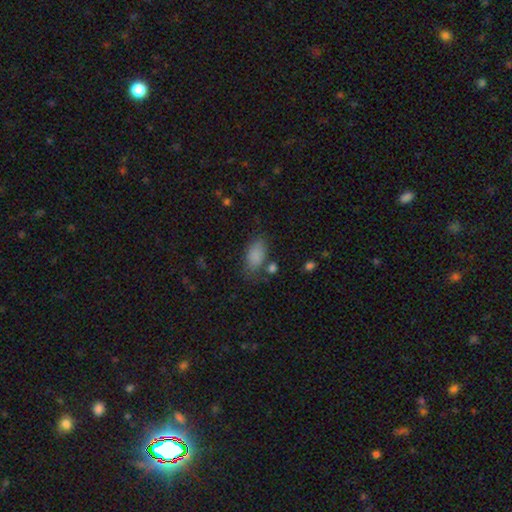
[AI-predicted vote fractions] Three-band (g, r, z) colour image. It shows a smooth galaxy with no disk features (85%) that is in between round and cigar-shaped (92%). Merging: none (64%).